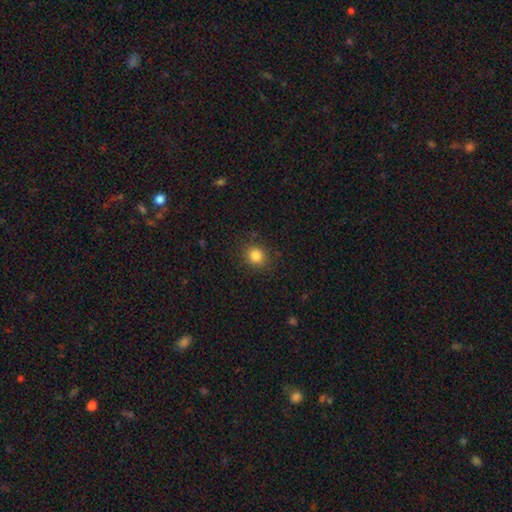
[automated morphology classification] A smooth galaxy with no disk features (84%) that is round (78%).

Vote fractions:
- Smooth or featured? smooth: 84% / star or artifact: 11% / featured or disk: 5%
- How rounded? round: 78% / in between: 21% / cigar-shaped: 1%
- Merging? none: 87% / minor disturbance: 9% / major disturbance: 3% / merger: 1%